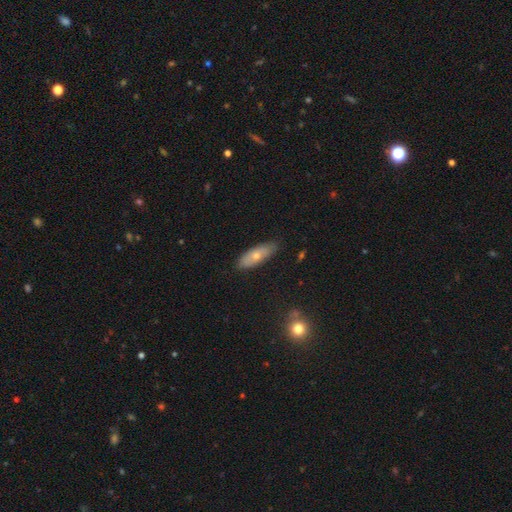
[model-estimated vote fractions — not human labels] Smooth or featured?
  - smooth: 64% *
  - featured or disk: 30%
  - star or artifact: 6%
How rounded?
  - in between: 64% *
  - cigar-shaped: 33%
  - round: 3%
Merging?
  - none: 82% *
  - minor disturbance: 14%
  - major disturbance: 2%
  - merger: 1%